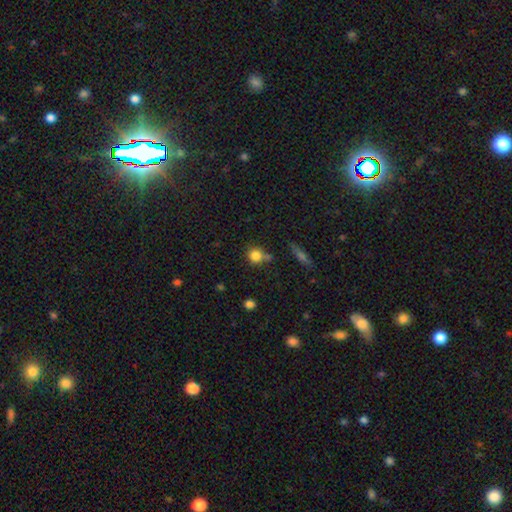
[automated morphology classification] Overall: smooth (82%). How rounded: round (87%). Merging: none (65%).